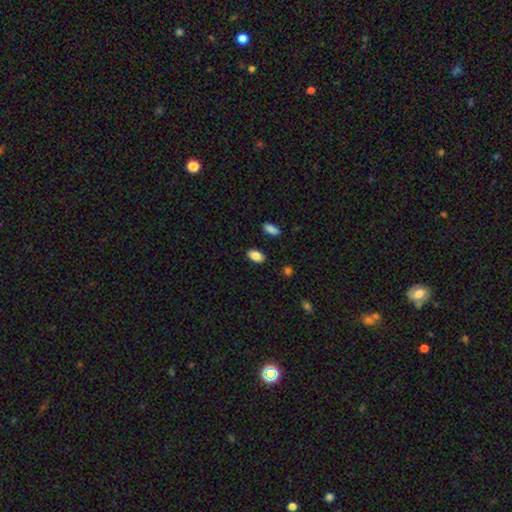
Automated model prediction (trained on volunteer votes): Overall: smooth (87%). How rounded: in between (92%). Merging: none (88%).